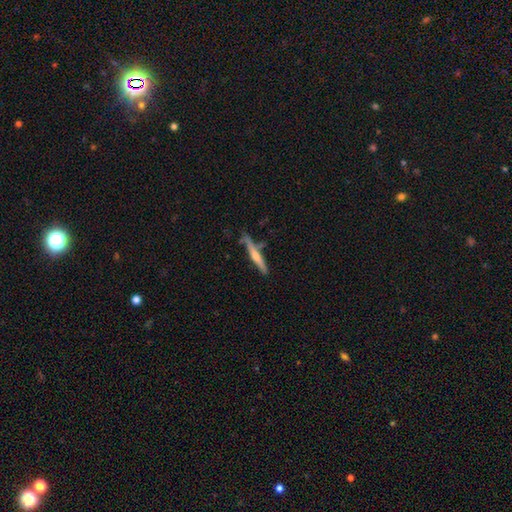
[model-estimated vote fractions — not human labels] Q: Smooth or featured?
A: featured or disk (57%); runner-up: smooth (37%)
Q: Edge-on disk?
A: yes (96%); runner-up: no (4%)
Q: Edge-on bulge?
A: rounded (78%); runner-up: none (17%)
Q: Merging?
A: none (74%); runner-up: minor disturbance (18%)